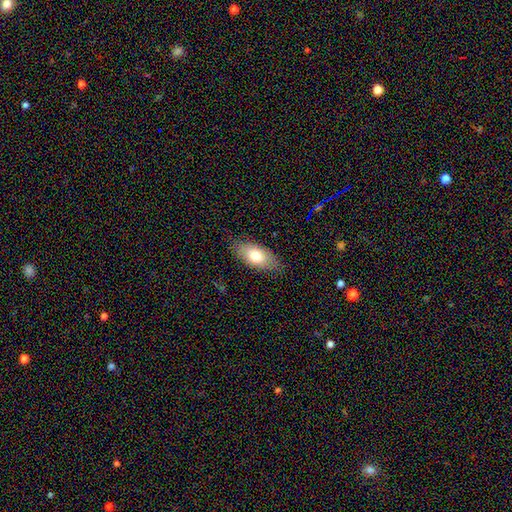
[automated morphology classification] smooth_or_featured: smooth (p=0.73) [alt: featured or disk p=0.20]
how_rounded: in between (p=0.89) [alt: cigar-shaped p=0.07]
merging: none (p=0.83) [alt: minor disturbance p=0.13]